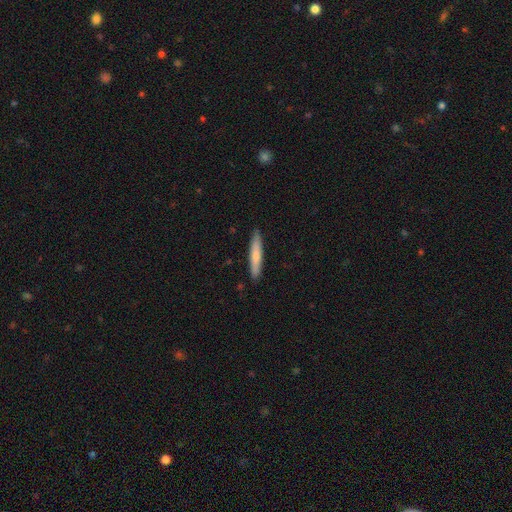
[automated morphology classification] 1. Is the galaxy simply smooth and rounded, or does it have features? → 69% smooth, 26% featured or disk, 5% star or artifact.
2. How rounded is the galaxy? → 92% cigar-shaped, 6% in between, 1% round.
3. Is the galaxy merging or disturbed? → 90% none, 8% minor disturbance, 1% major disturbance, 1% merger.